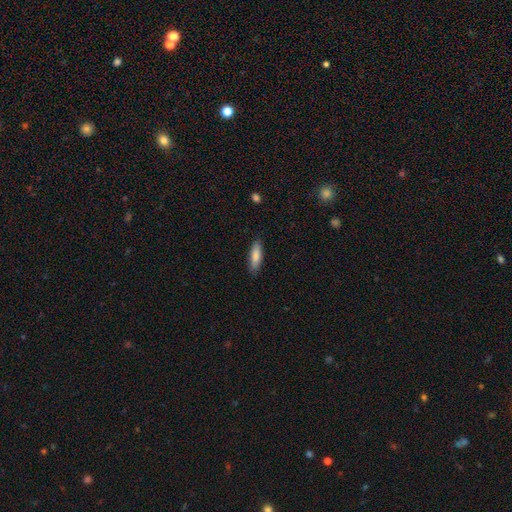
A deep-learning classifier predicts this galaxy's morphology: This is clearly a smooth galaxy (84%). How rounded: possibly cigar-shaped (53%). Merging: clearly none (86%).